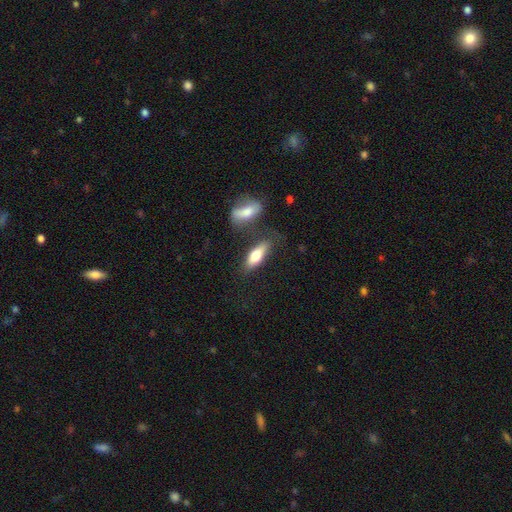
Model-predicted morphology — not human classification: A smooth galaxy with no disk features (72%) that is in between round and cigar-shaped (65%).

Vote fractions:
- Smooth or featured? smooth: 72% / featured or disk: 22% / star or artifact: 6%
- How rounded? in between: 65% / cigar-shaped: 32% / round: 3%
- Merging? none: 63% / minor disturbance: 16% / merger: 14% / major disturbance: 6%